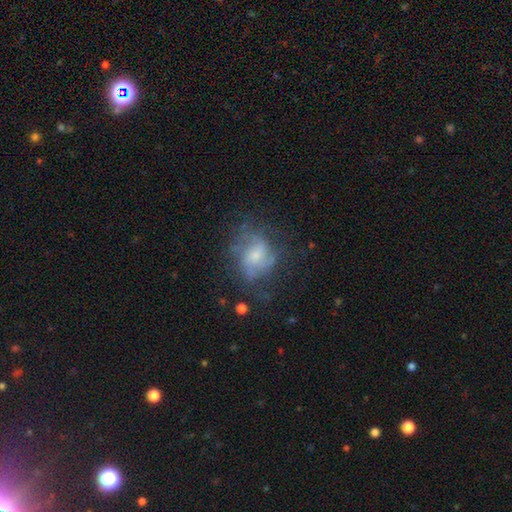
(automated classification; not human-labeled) Morphology: type=featured or disk (58%); edge-on=no (97%); bar=no (57%); spiral arms=yes (66%); bulge=small (41%); merging=none (53%).